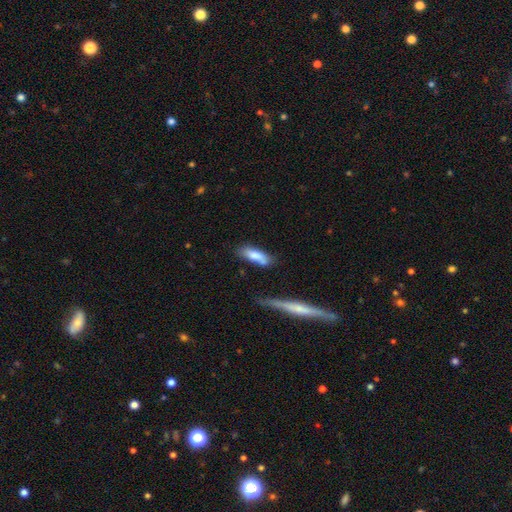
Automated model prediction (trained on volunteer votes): smooth_or_featured: smooth (p=0.78) [alt: featured or disk p=0.16]
how_rounded: in between (p=0.53) [alt: cigar-shaped p=0.45]
merging: none (p=0.54) [alt: minor disturbance p=0.26]